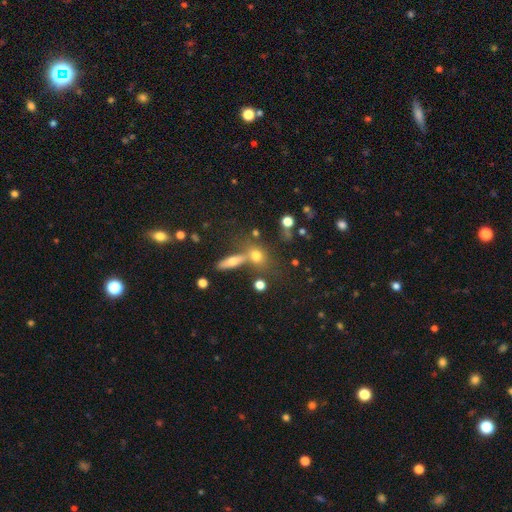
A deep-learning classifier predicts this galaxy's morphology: This appears to be a smooth galaxy with no disk features (62%) that is round (48%). Merging: none (52%).